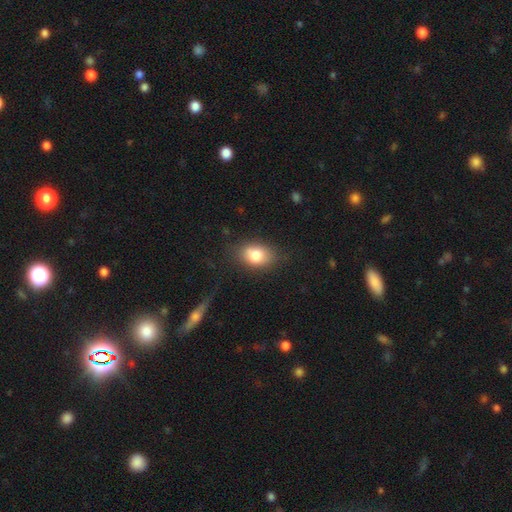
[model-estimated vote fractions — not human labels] smooth-or-featured: smooth: 79% | featured or disk: 12% | star or artifact: 9%
  how-rounded: in between: 75% | round: 23% | cigar-shaped: 1%
  merging: none: 78% | minor disturbance: 15% | major disturbance: 5% | merger: 2%